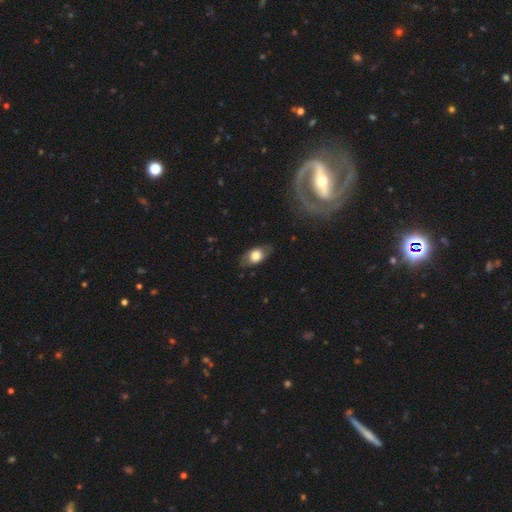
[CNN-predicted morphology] Smooth or featured? Predicted: smooth (p=0.69). How rounded? Predicted: in between (p=0.85). Merging? Predicted: none (p=0.75).